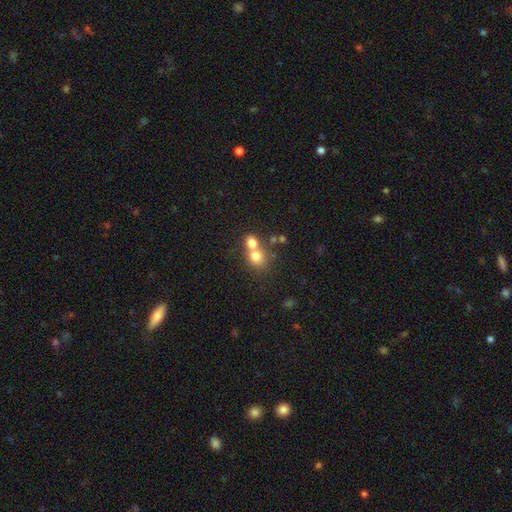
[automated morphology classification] Overall: smooth (74%). How rounded: round (73%). Merging: merger (61%; none 30%).